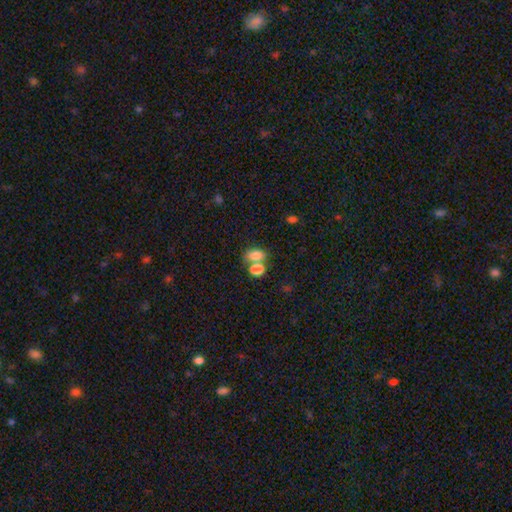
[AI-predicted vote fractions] This is likely a smooth galaxy (79%). How rounded: clearly in between (81%). Merging: possibly merger (50%).